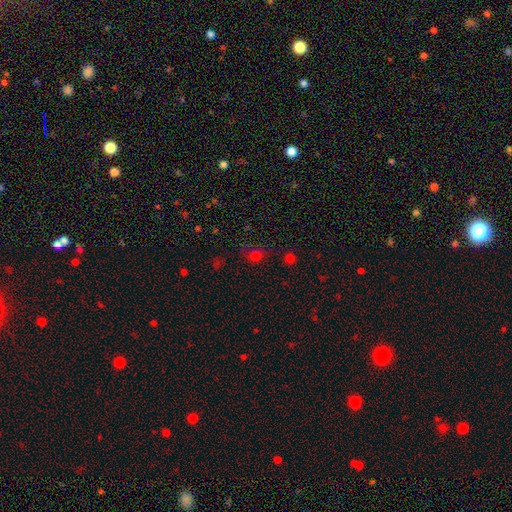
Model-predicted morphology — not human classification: Q: Smooth or featured?
A: smooth (58%); runner-up: star or artifact (34%)
Q: How rounded?
A: round (76%); runner-up: in between (23%)
Q: Merging?
A: none (59%); runner-up: minor disturbance (17%)